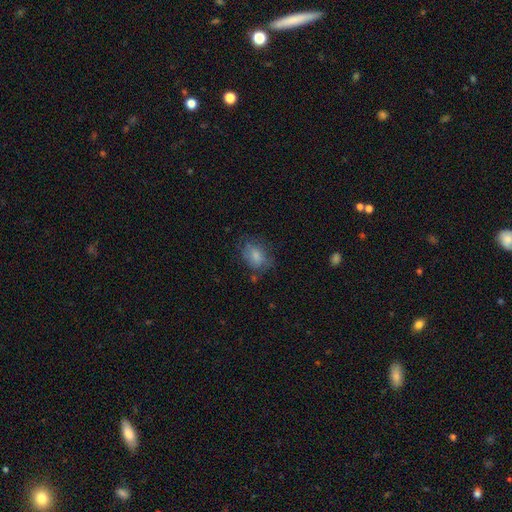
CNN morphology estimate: Smooth or featured: smooth — 77% (featured or disk — 14%)
How rounded: in between — 72% (round — 27%)
Merging: none — 59% (minor disturbance — 26%)